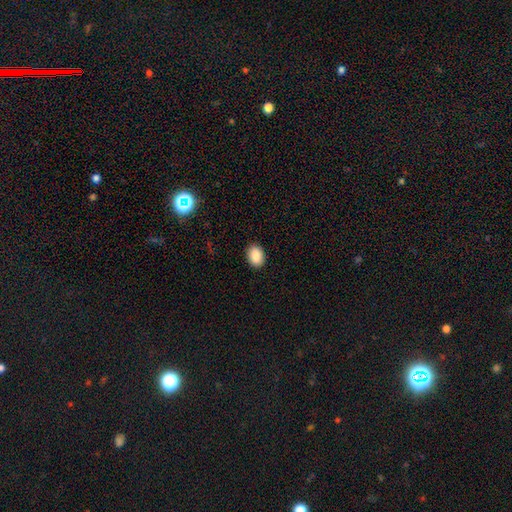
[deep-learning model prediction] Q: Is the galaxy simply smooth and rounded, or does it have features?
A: smooth — 87%.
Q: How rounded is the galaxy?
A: in between — 80%.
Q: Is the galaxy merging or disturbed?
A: none — 90%.